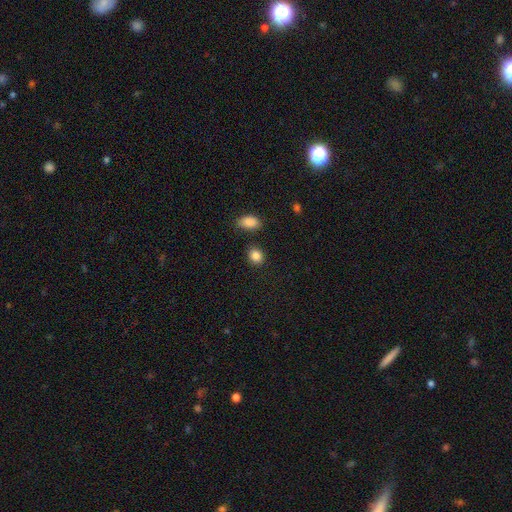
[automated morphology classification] Overall: smooth (86%). How rounded: round (62%; in between 37%). Merging: none (83%).